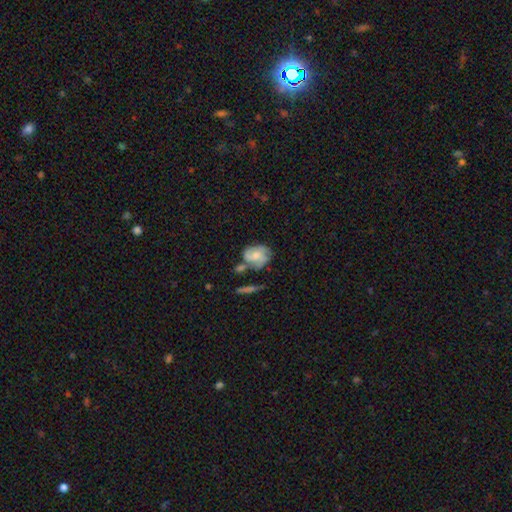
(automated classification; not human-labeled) Q: Smooth or featured?
A: featured or disk (60%); runner-up: smooth (32%)
Q: Edge-on disk?
A: no (96%); runner-up: yes (4%)
Q: Bar?
A: no (63%); runner-up: weak (31%)
Q: Spiral arms?
A: yes (86%); runner-up: no (14%)
Q: Bulge size?
A: moderate (43%); runner-up: small (39%)
Q: Merging?
A: none (43%); runner-up: minor disturbance (23%)